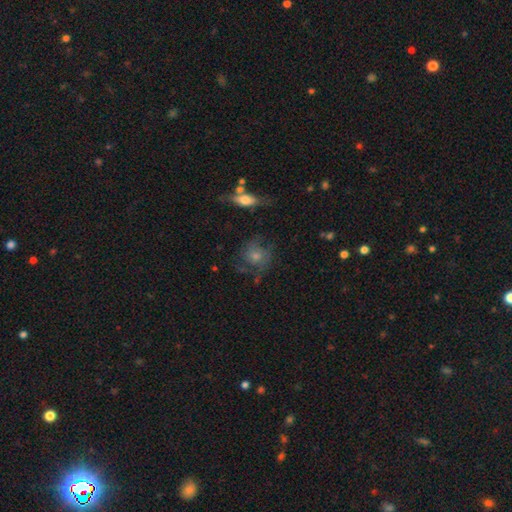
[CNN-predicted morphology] This appears to be a featured or disk galaxy (54%) with no bar (80%), spiral arms (79%) and a moderate central bulge (45%). Merging: none (63%).